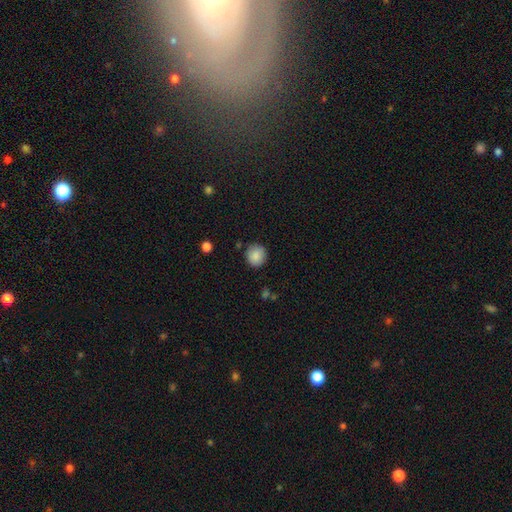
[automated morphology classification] A smooth galaxy with no disk features (87%) that is round (89%). Merging: none (86%).